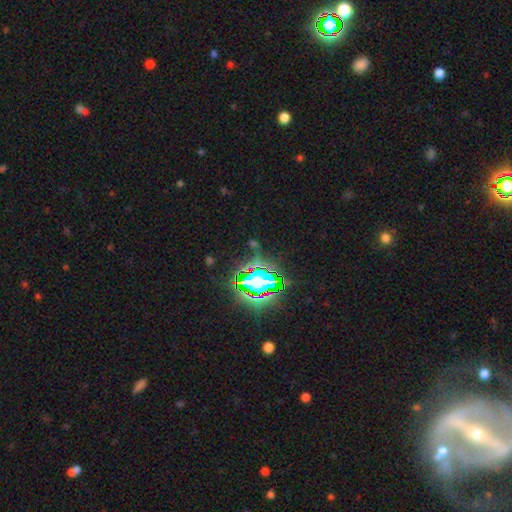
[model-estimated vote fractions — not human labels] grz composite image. It shows a star or artifact, not a galaxy (81%).